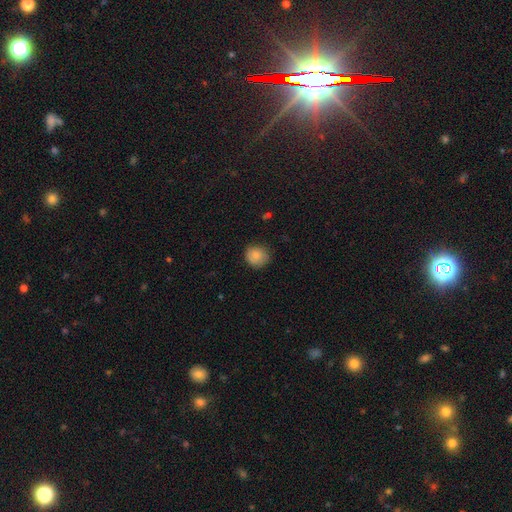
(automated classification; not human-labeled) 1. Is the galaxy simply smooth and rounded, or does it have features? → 82% smooth, 10% featured or disk, 8% star or artifact.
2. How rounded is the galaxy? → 82% round, 17% in between, 1% cigar-shaped.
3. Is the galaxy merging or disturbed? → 79% none, 17% minor disturbance, 3% major disturbance, 1% merger.